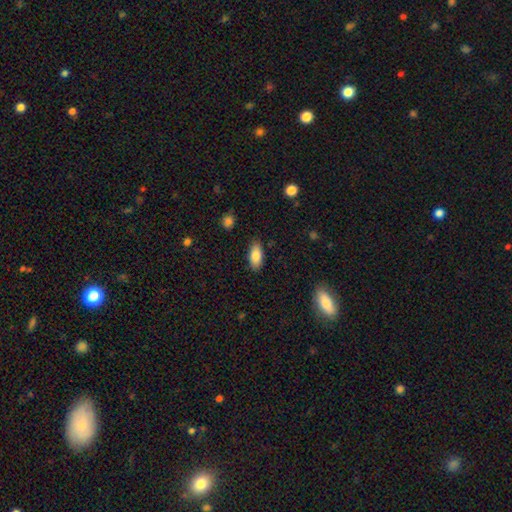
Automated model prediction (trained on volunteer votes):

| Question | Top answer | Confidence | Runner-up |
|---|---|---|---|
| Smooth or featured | smooth | 83% | featured or disk (10%) |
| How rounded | in between | 86% | cigar-shaped (12%) |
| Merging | none | 86% | minor disturbance (10%) |